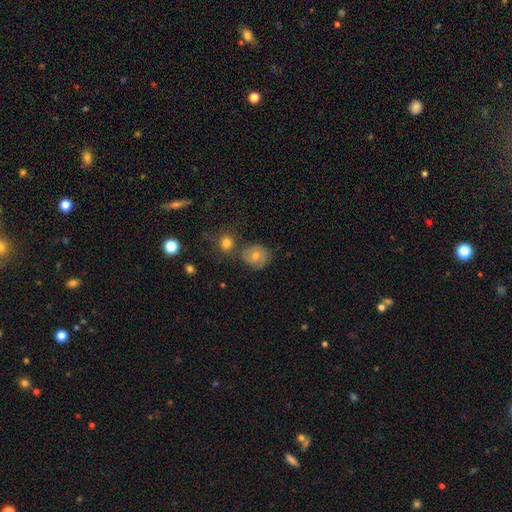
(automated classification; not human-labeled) Smooth or featured: smooth — 60% (featured or disk — 30%)
How rounded: round — 73% (in between — 26%)
Merging: none — 59% (minor disturbance — 19%)